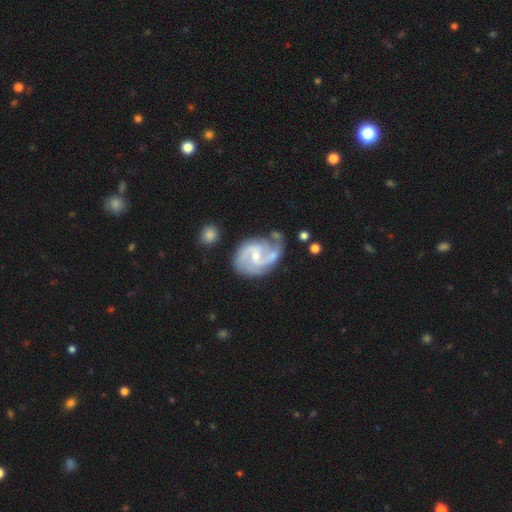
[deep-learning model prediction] A featured or disk galaxy (87%) with a weak bar (56%), 2 (83%) medium (53%) spiral arms (96%) and a small central bulge (58%). Merging: none (57%).